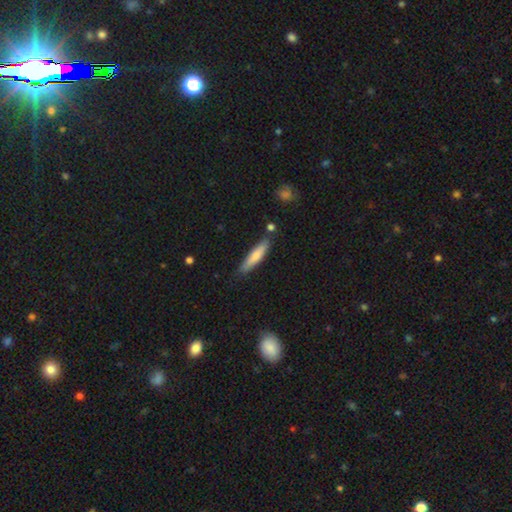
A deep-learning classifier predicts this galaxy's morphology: smooth 72%, featured or disk 23%, star or artifact 5%. Down the decision tree: how rounded — cigar-shaped (83%); merging — none (81%).